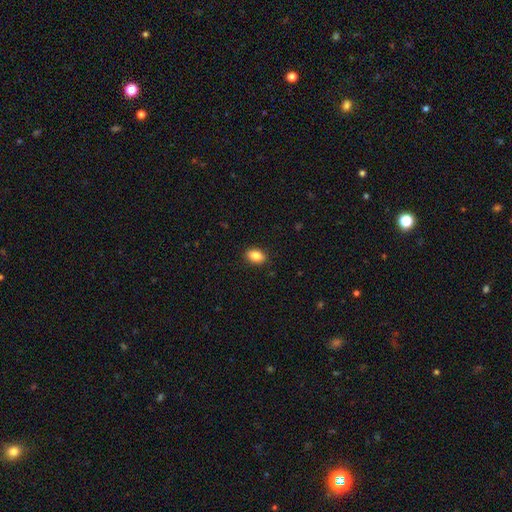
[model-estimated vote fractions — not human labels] Smooth or featured? Predicted: smooth (p=0.86). How rounded? Predicted: in between (p=0.87). Merging? Predicted: none (p=0.89).